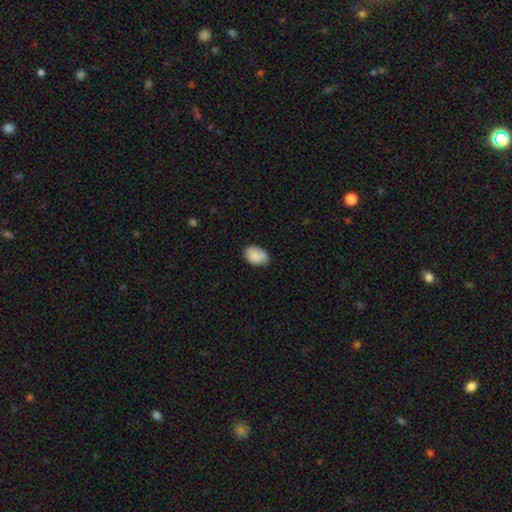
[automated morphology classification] smooth_or_featured: smooth (p=0.87) [alt: star or artifact p=0.07]
how_rounded: in between (p=0.84) [alt: round p=0.15]
merging: none (p=0.66) [alt: minor disturbance p=0.28]